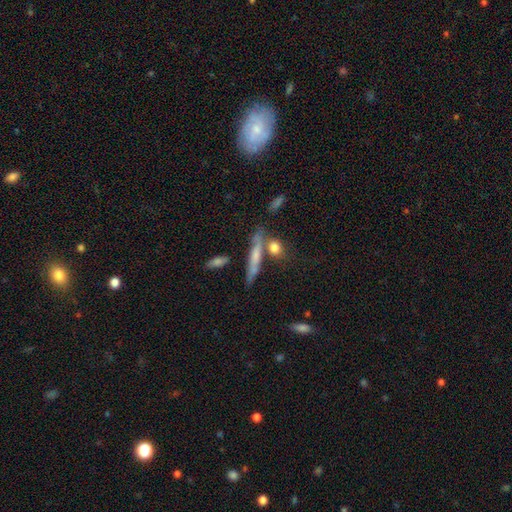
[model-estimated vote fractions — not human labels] The model was most divided on "smooth or featured": smooth: 47%, featured or disk: 42%, star or artifact: 11%. More confident: merging — none (68%).